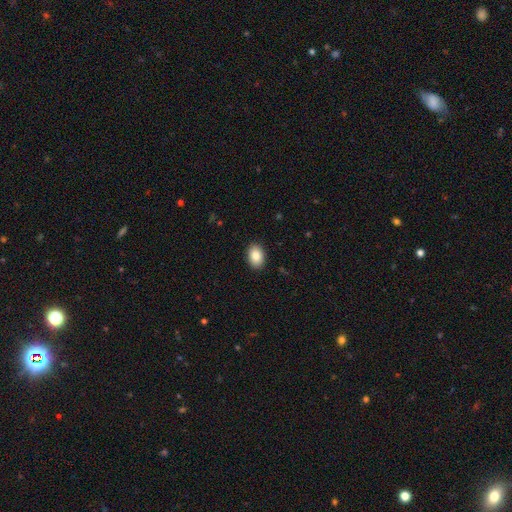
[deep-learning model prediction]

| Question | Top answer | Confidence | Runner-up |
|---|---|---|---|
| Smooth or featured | smooth | 86% | star or artifact (8%) |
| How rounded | in between | 83% | round (16%) |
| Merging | none | 90% | minor disturbance (7%) |